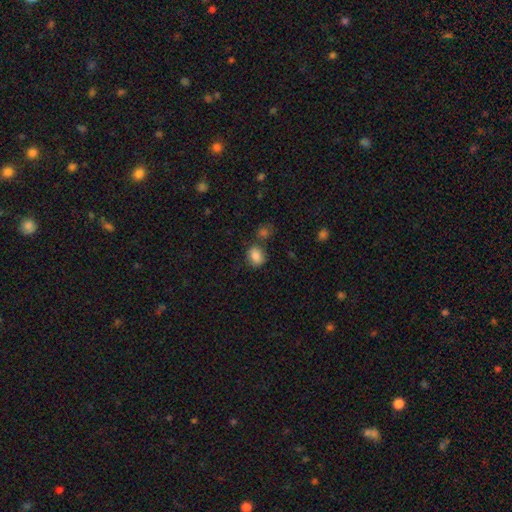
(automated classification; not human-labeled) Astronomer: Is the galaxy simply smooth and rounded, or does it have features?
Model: smooth — 85%.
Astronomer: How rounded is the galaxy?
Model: in between — 55% (runner-up: round, 44%).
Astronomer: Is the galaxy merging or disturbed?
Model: none — 67%.